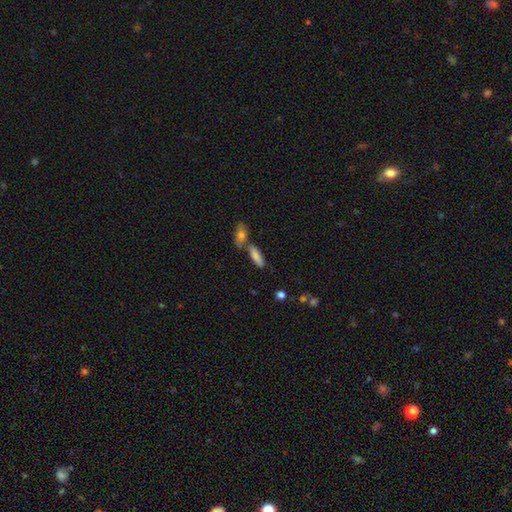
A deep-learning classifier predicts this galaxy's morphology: A smooth galaxy with no disk features (72%) that is in between round and cigar-shaped (50%). Merging: none (53%).